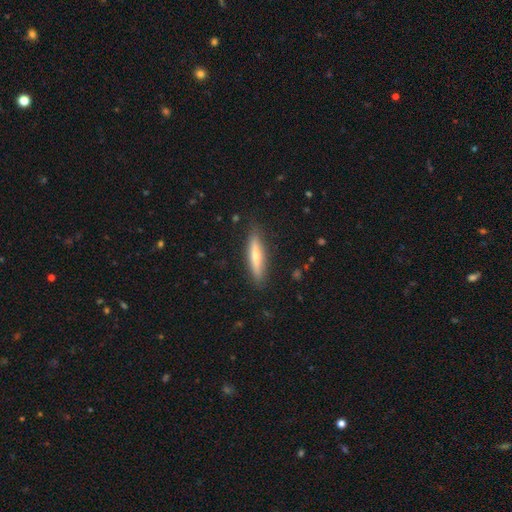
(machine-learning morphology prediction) Smooth or featured? smooth (48%)
Merging? none (87%)